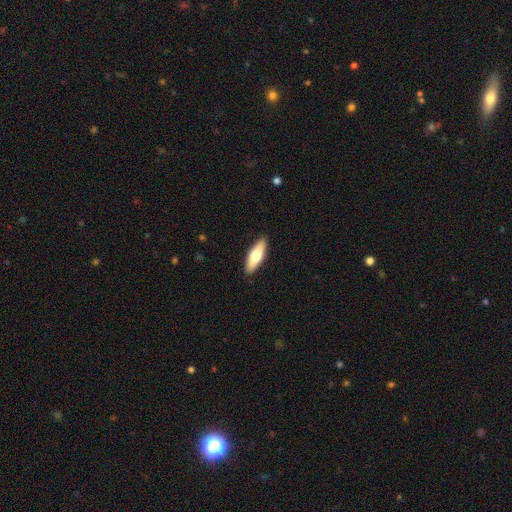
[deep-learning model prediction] smooth_or_featured: smooth (p=0.62) [alt: featured or disk p=0.33]
how_rounded: in between (p=0.53) [alt: cigar-shaped p=0.45]
merging: none (p=0.90) [alt: minor disturbance p=0.07]